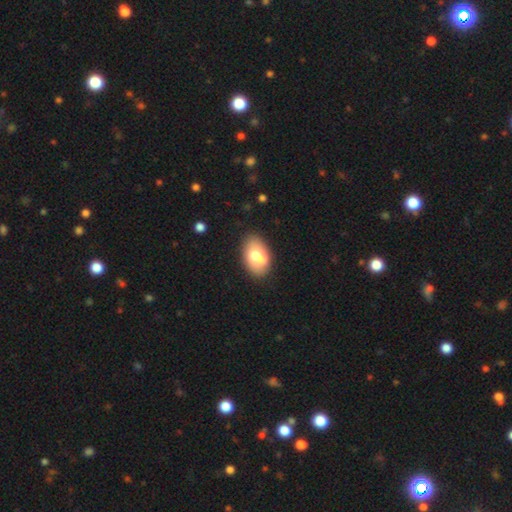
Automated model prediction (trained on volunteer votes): Overall: smooth (63%; featured or disk 29%). How rounded: in between (87%). Merging: none (52%; merger 29%).